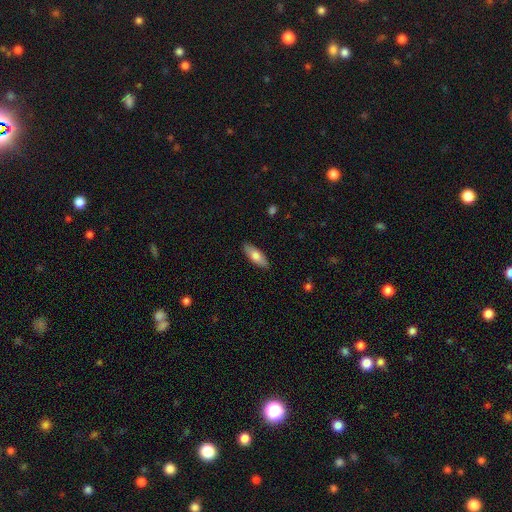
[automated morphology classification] The model was most divided on "how rounded": in between: 67%, cigar-shaped: 31%, round: 2%. More confident: merging — none (89%); smooth or featured — smooth (75%).